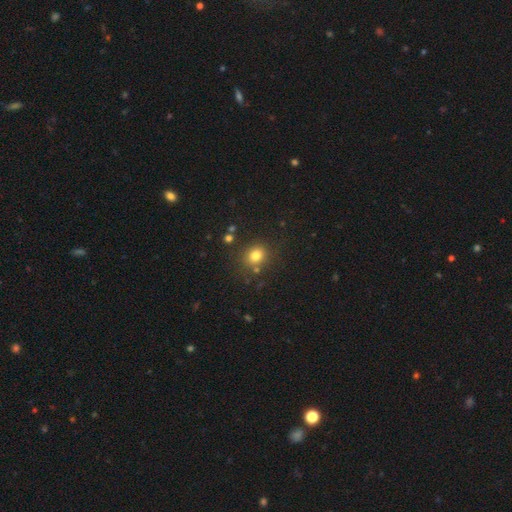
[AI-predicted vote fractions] Smooth or featured? smooth (78%)
How rounded? round (72%)
Merging? none (77%)